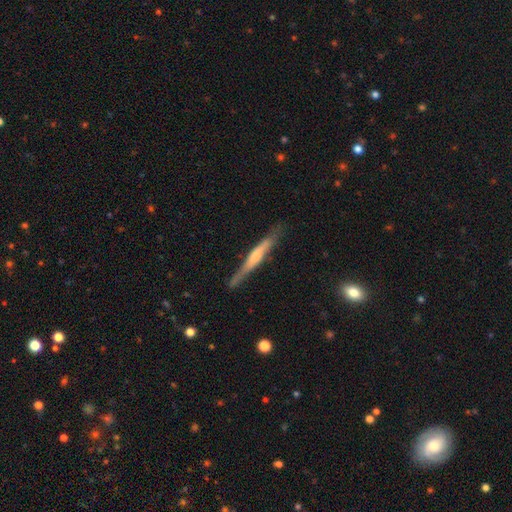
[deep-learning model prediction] smooth-or-featured: featured or disk: 60% | smooth: 35% | star or artifact: 6%
  disk-edge-on: yes: 95% | no: 5%
    edge-on-bulge: rounded: 53% | none: 29% | boxy: 18%
  merging: none: 79% | minor disturbance: 16% | major disturbance: 3% | merger: 2%